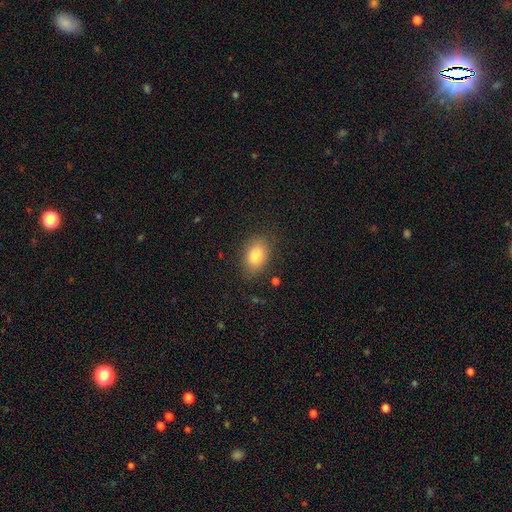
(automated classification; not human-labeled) A smooth galaxy with no disk features (81%) that is in between round and cigar-shaped (82%).

Vote fractions:
- Smooth or featured? smooth: 81% / featured or disk: 10% / star or artifact: 9%
- How rounded? in between: 82% / round: 16% / cigar-shaped: 1%
- Merging? none: 83% / minor disturbance: 12% / major disturbance: 3% / merger: 2%